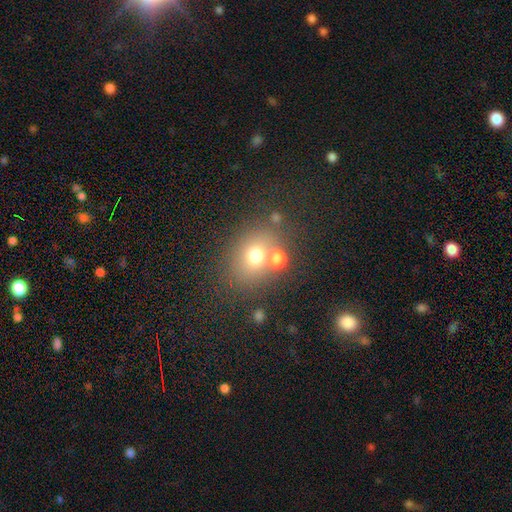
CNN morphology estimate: This is likely a smooth galaxy (67%). How rounded: likely round (61%). Merging: possibly none (60%).